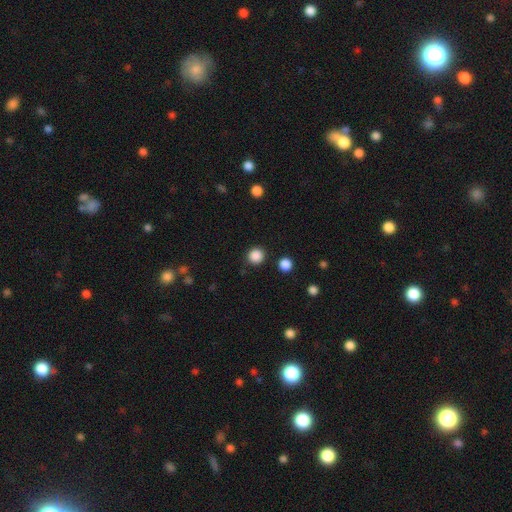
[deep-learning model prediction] The model was most divided on "smooth or featured": smooth: 86%, star or artifact: 11%, featured or disk: 3%. More confident: how rounded — round (93%); merging — none (89%).